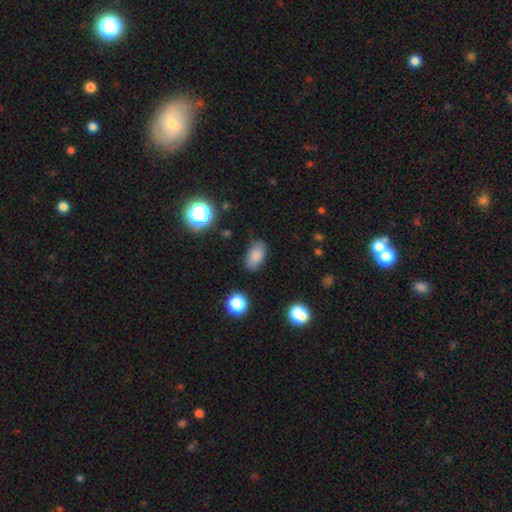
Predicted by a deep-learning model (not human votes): Smooth or featured: smooth — 82% (star or artifact — 10%)
How rounded: in between — 91% (round — 6%)
Merging: none — 82% (minor disturbance — 13%)